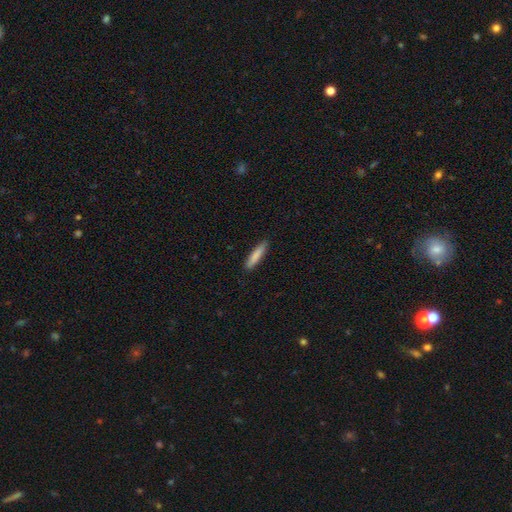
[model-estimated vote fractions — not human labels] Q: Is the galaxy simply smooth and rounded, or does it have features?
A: smooth — 84%.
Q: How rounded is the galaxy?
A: cigar-shaped — 87%.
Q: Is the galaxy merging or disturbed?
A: none — 87%.